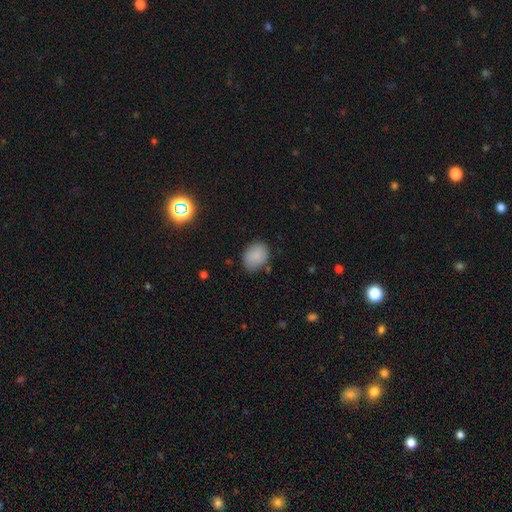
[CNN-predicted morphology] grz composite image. It shows a smooth galaxy with no disk features (85%) that is in between round and cigar-shaped (55%). Merging: none (79%).